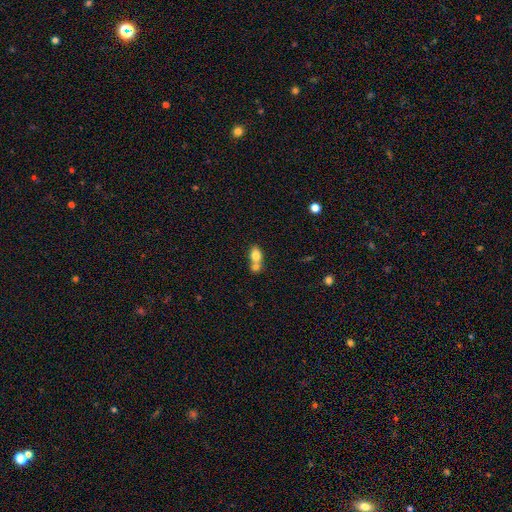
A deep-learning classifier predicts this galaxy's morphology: Smooth or featured: smooth — 78% (featured or disk — 13%)
How rounded: in between — 74% (round — 23%)
Merging: merger — 59% (none — 30%)